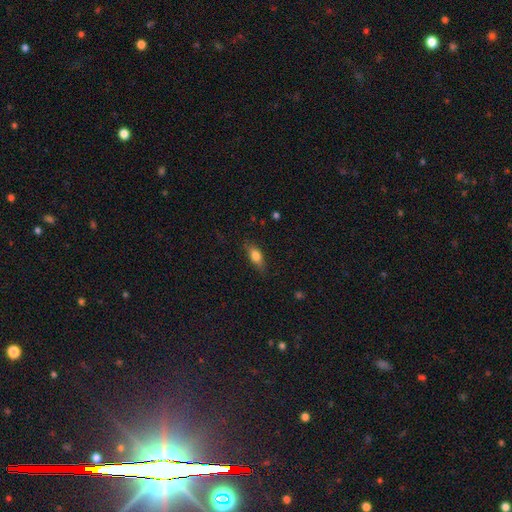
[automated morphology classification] smooth_or_featured: smooth (p=0.74) [alt: featured or disk p=0.18]
how_rounded: in between (p=0.73) [alt: cigar-shaped p=0.22]
merging: none (p=0.79) [alt: minor disturbance p=0.16]